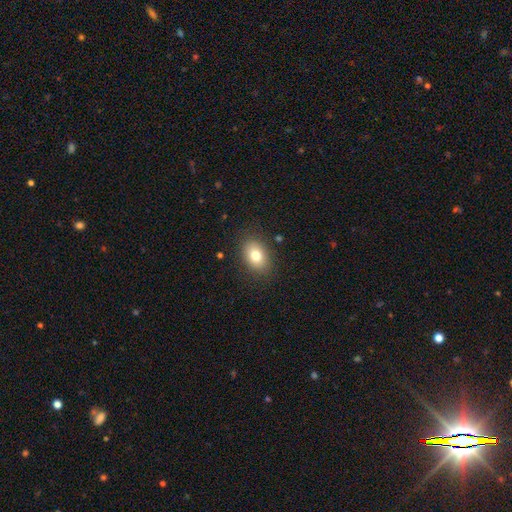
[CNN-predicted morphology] Smooth or featured: smooth — 79% (featured or disk — 12%)
How rounded: in between — 79% (round — 20%)
Merging: none — 86% (minor disturbance — 10%)